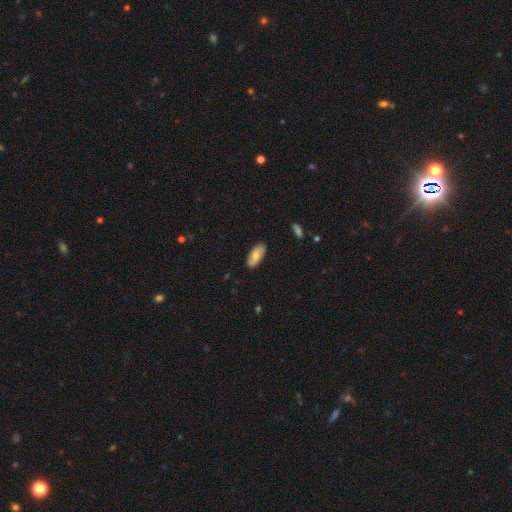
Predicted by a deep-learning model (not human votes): Smooth or featured? smooth (69%)
How rounded? in between (89%)
Merging? none (86%)